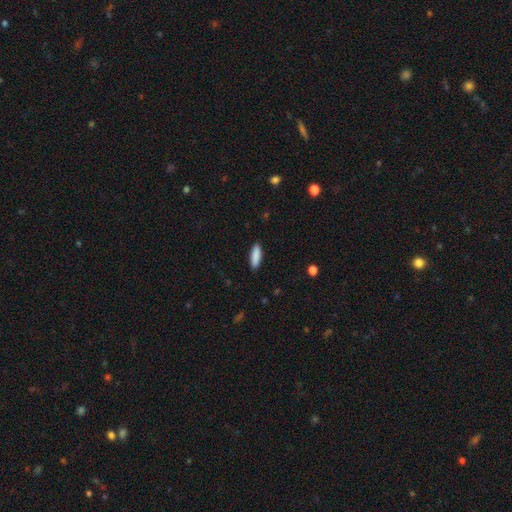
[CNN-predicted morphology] Smooth or featured? smooth (89%)
How rounded? cigar-shaped (52%)
Merging? none (90%)